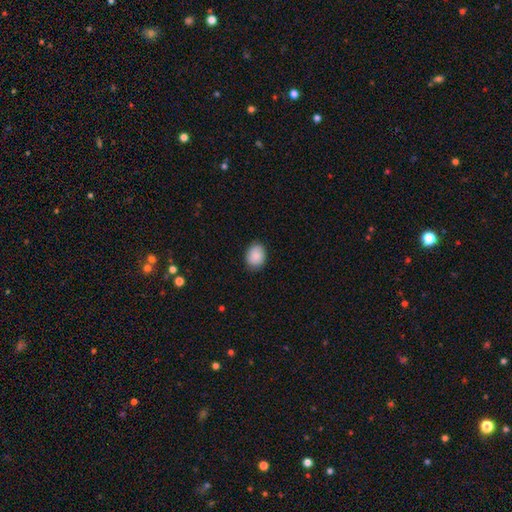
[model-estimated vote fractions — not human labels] Smooth or featured? Predicted: smooth (p=0.89). How rounded? Predicted: in between (p=0.55). Merging? Predicted: none (p=0.87).